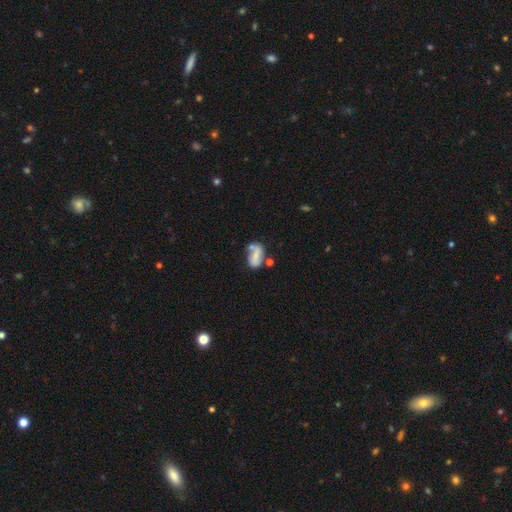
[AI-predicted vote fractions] Overall: smooth (48%; featured or disk 43%). Merging: none (43%; minor disturbance 24%).